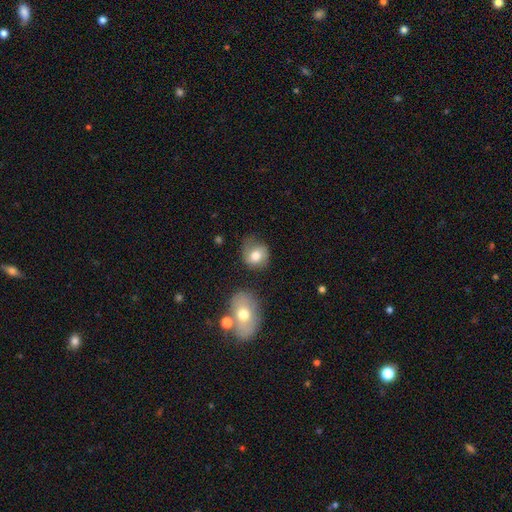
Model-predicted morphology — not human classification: Smooth or featured: smooth — 71% (featured or disk — 20%)
How rounded: round — 69% (in between — 30%)
Merging: none — 56% (minor disturbance — 27%)